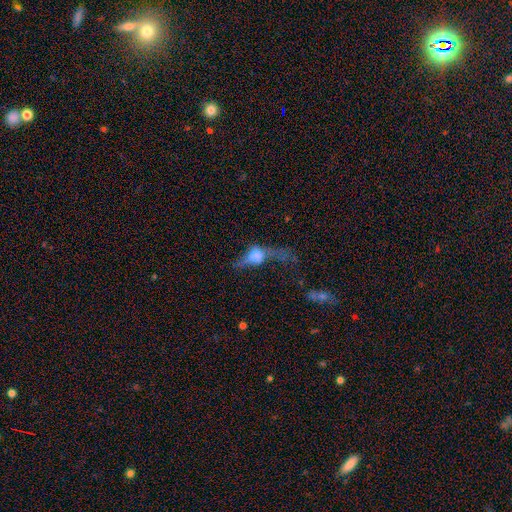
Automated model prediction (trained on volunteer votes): Smooth or featured?
  - smooth: 45% *
  - featured or disk: 43%
  - star or artifact: 12%
Merging?
  - major disturbance: 52% *
  - none: 23%
  - minor disturbance: 17%
  - merger: 7%